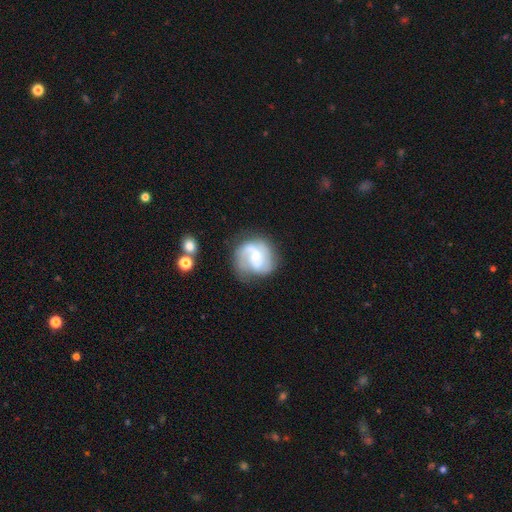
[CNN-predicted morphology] smooth-or-featured: featured or disk: 74% | smooth: 20% | star or artifact: 6%
  disk-edge-on: no: 98% | yes: 2%
    bar: no: 50% | weak: 41% | strong: 9%
    has-spiral-arms: yes: 92% | no: 8%
      spiral-winding: medium: 46% | tight: 28% | loose: 26%
      spiral-arm-count: 2: 61% | can't tell: 14% | 1: 12% | 3: 10% | 4: 2% | more than 4: 2%
    bulge-size: small: 56% | moderate: 35% | none: 5% | large: 3% | dominant: 1%
  merging: none: 61% | minor disturbance: 22% | major disturbance: 14% | merger: 3%